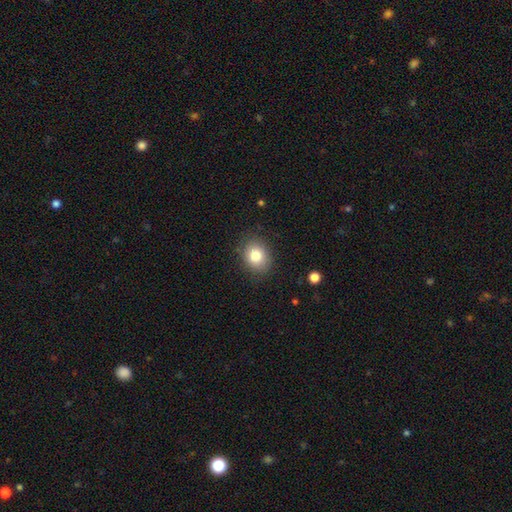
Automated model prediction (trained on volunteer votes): smooth 82%, star or artifact 9%, featured or disk 9%. Down the decision tree: how rounded — round (56%); merging — none (85%).